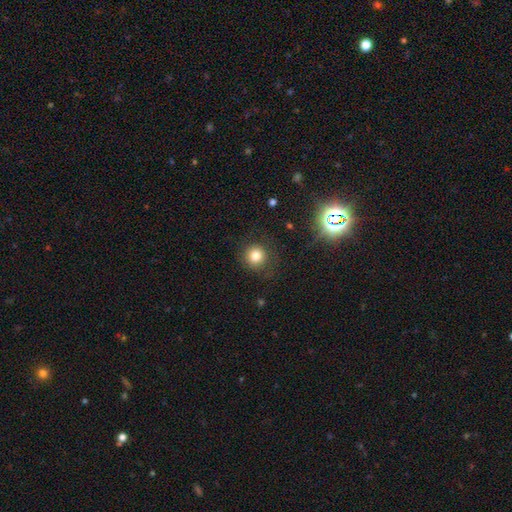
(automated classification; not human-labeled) Smooth or featured?
  - smooth: 79% *
  - star or artifact: 13%
  - featured or disk: 7%
How rounded?
  - round: 93% *
  - in between: 6%
  - cigar-shaped: 1%
Merging?
  - none: 84% *
  - minor disturbance: 10%
  - major disturbance: 5%
  - merger: 1%